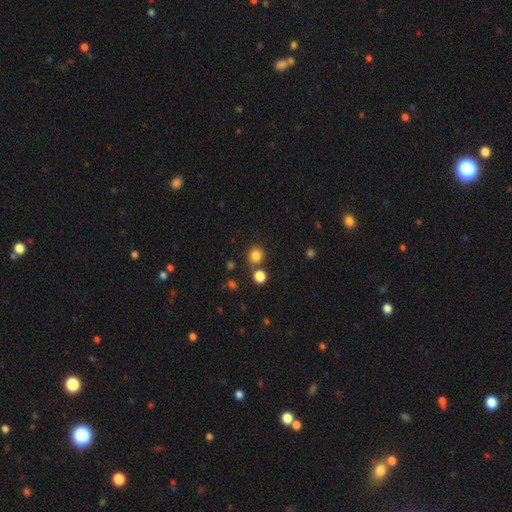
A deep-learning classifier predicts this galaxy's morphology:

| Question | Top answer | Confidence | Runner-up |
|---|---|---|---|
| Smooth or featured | smooth | 82% | star or artifact (13%) |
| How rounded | round | 91% | in between (9%) |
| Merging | none | 73% | merger (15%) |